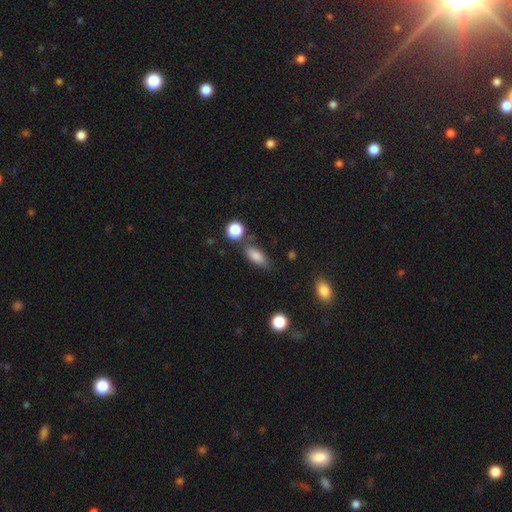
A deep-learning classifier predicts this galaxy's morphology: type=smooth (81%); roundness=in between (78%); merging=none (66%).